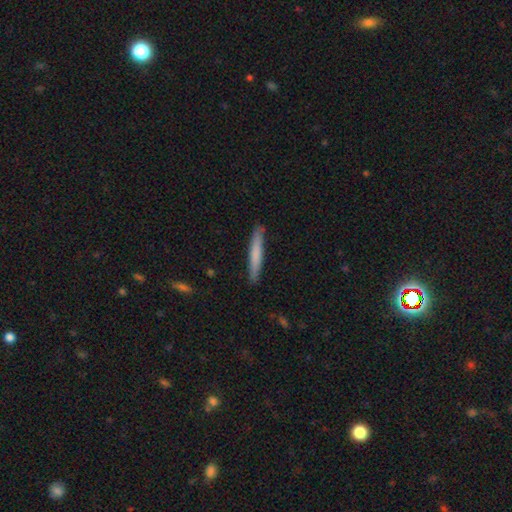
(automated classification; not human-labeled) Smooth or featured?
  - smooth: 72% *
  - featured or disk: 23%
  - star or artifact: 5%
How rounded?
  - cigar-shaped: 95% *
  - in between: 4%
  - round: 1%
Merging?
  - none: 87% *
  - minor disturbance: 10%
  - major disturbance: 2%
  - merger: 1%